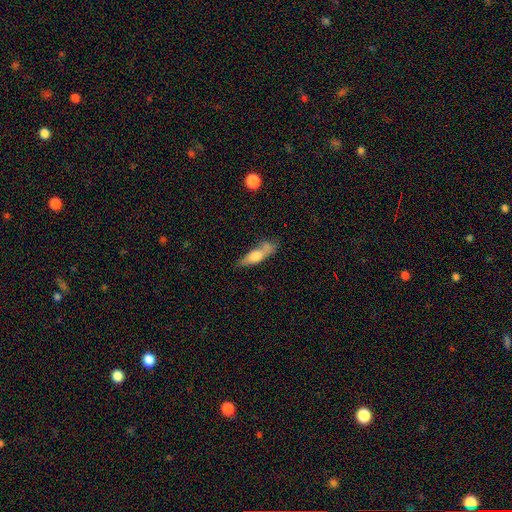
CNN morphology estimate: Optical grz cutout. It shows a smooth galaxy with no disk features (60%) that is cigar-shaped (54%). Merging: none (47%).